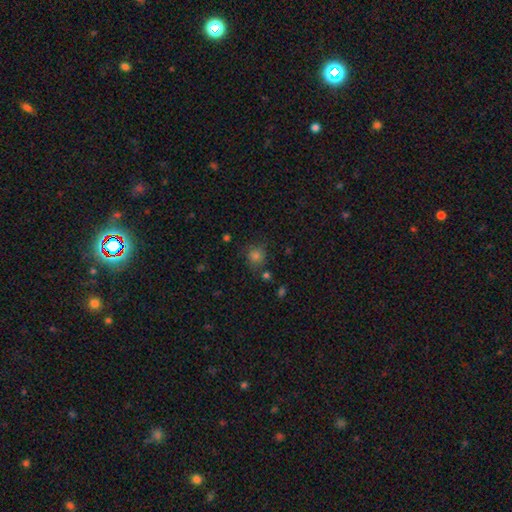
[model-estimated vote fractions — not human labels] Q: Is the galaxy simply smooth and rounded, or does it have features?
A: smooth — 74%.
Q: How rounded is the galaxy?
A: round — 87%.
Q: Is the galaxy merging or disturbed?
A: none — 76%.